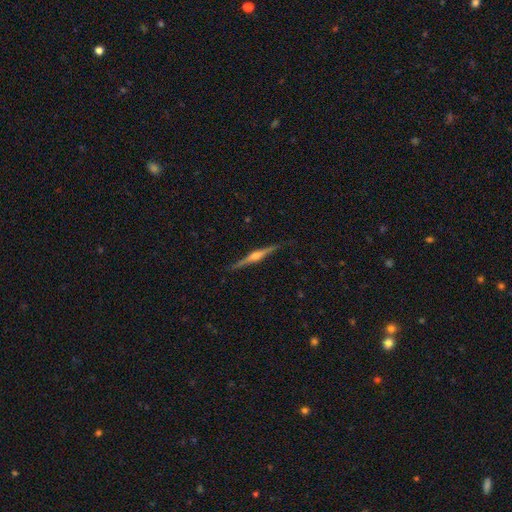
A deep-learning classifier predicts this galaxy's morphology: Smooth or featured? featured or disk (81%)
Edge-on disk? yes (98%)
Edge-on bulge? rounded (88%)
Merging? none (90%)